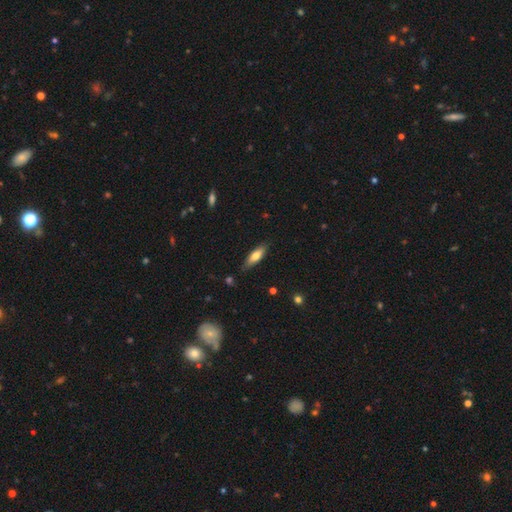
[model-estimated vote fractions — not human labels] Overall: smooth (70%). How rounded: in between (50%; cigar-shaped 48%). Merging: none (82%).